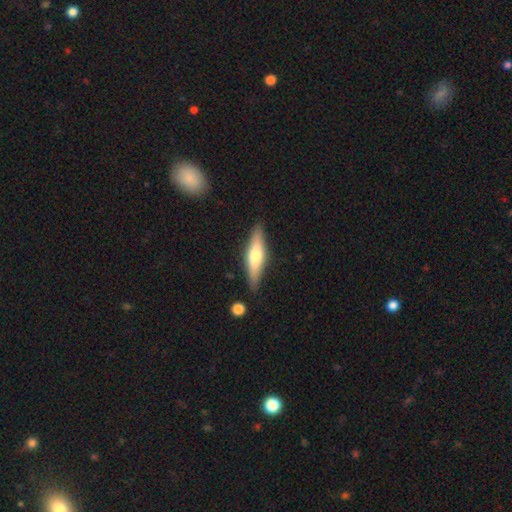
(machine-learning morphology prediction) smooth_or_featured: smooth (p=0.47) [tied with: featured or disk p=0.47]
merging: none (p=0.86) [alt: minor disturbance p=0.10]